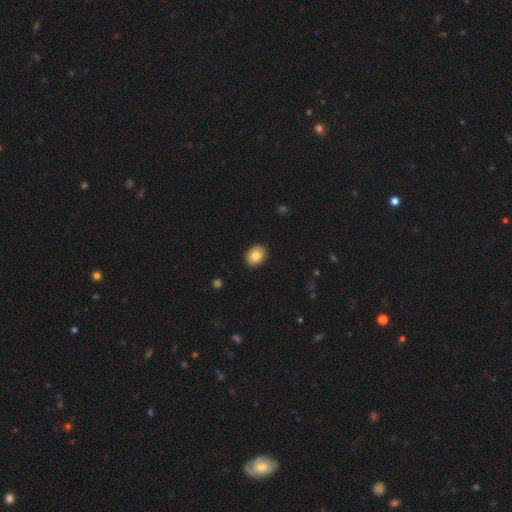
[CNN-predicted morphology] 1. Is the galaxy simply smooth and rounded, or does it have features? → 85% smooth, 8% star or artifact, 7% featured or disk.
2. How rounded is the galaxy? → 56% in between, 43% round, 1% cigar-shaped.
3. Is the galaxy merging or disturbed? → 90% none, 8% minor disturbance, 2% major disturbance, 1% merger.